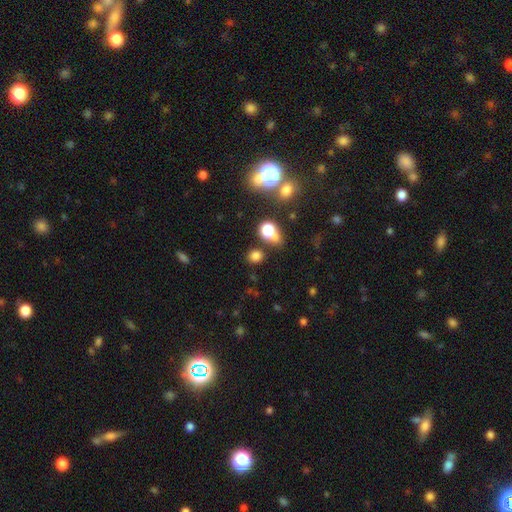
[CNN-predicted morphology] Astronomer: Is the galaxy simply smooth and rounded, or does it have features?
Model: smooth — 74%.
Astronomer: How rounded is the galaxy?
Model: round — 71%.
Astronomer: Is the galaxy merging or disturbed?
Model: none — 72%.